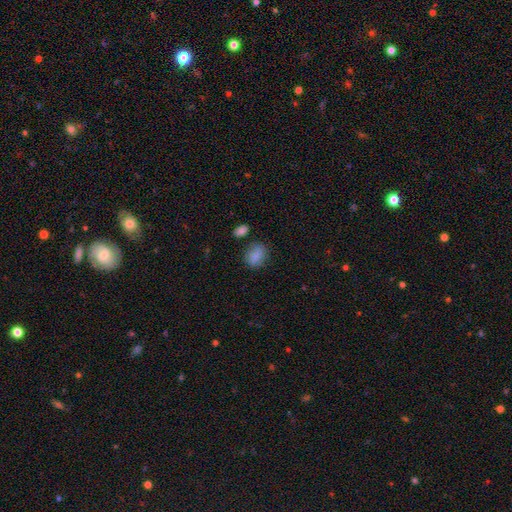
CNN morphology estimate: smooth-or-featured: smooth: 84% | star or artifact: 9% | featured or disk: 8%
  how-rounded: in between: 69% | round: 30% | cigar-shaped: 2%
  merging: none: 72% | minor disturbance: 18% | merger: 5% | major disturbance: 5%